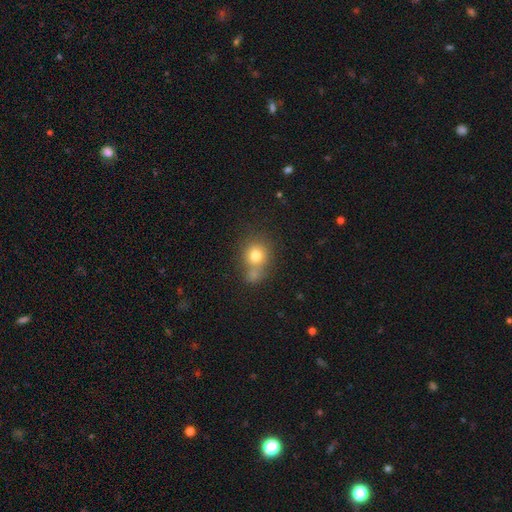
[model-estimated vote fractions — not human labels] smooth-or-featured: smooth: 76% | featured or disk: 12% | star or artifact: 12%
  how-rounded: round: 79% | in between: 20% | cigar-shaped: 1%
  merging: none: 44% | merger: 37% | minor disturbance: 13% | major disturbance: 5%